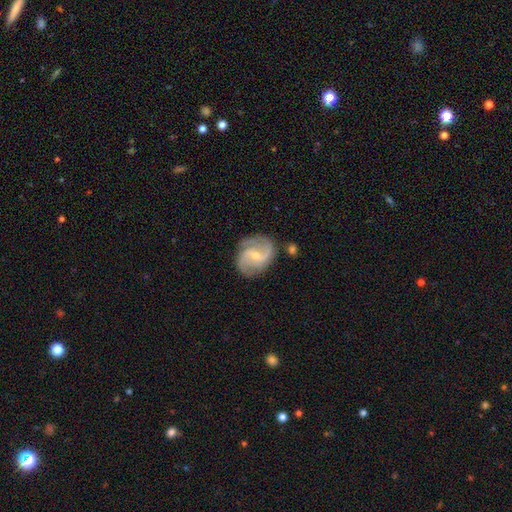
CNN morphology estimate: Smooth or featured? featured or disk (86%)
Edge-on disk? no (98%)
Bar? weak (53%)
Spiral arms? yes (97%)
Spiral winding? medium (52%)
Spiral arm count? 2 (57%)
Bulge size? small (64%)
Merging? none (75%)